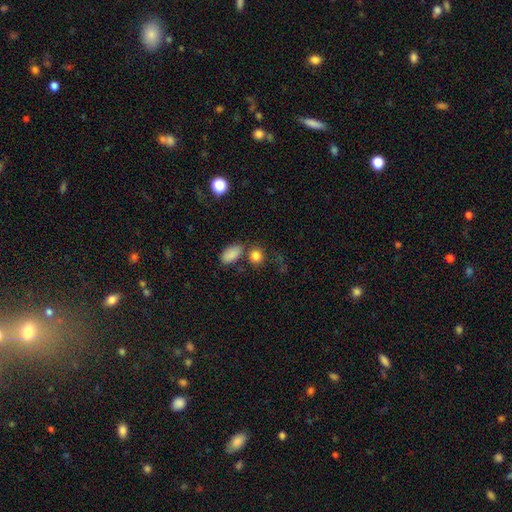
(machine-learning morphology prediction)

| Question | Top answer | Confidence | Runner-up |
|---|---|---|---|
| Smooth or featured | smooth | 84% | star or artifact (10%) |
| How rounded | round | 64% | in between (34%) |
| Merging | none | 58% | merger (24%) |